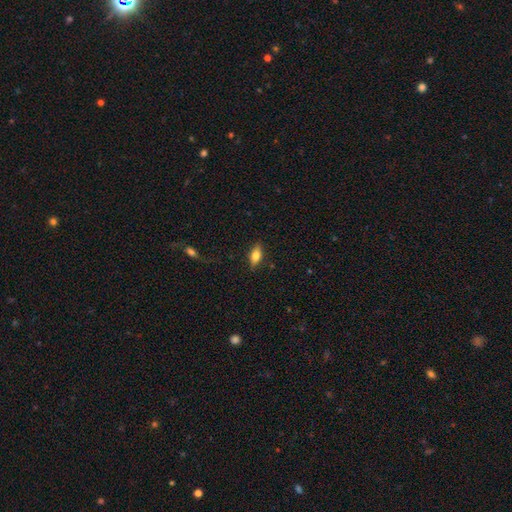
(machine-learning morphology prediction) A smooth galaxy with no disk features (73%) that is in between round and cigar-shaped (83%).

Vote fractions:
- Smooth or featured? smooth: 73% / featured or disk: 19% / star or artifact: 7%
- How rounded? in between: 83% / cigar-shaped: 14% / round: 3%
- Merging? none: 84% / minor disturbance: 12% / major disturbance: 3% / merger: 1%